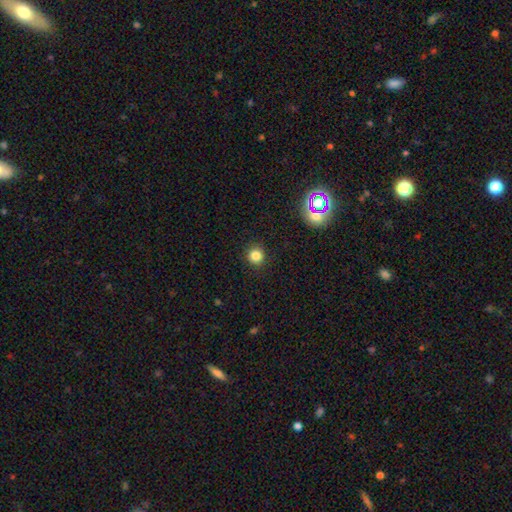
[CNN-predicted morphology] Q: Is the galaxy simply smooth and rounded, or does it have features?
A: smooth — 82%.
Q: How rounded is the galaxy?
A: round — 94%.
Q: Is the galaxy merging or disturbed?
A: none — 91%.